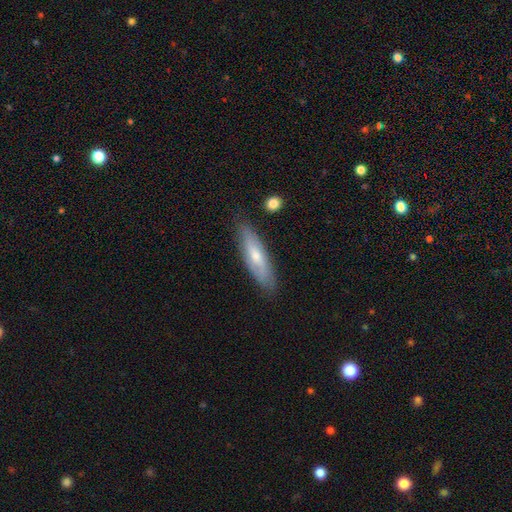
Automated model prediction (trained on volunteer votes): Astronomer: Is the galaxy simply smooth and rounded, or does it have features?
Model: smooth — 49% (runner-up: featured or disk, 44%).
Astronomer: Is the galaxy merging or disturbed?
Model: none — 82%.